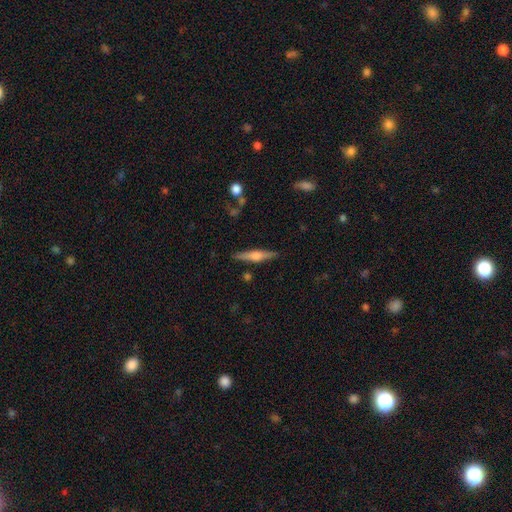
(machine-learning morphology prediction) This appears to be a featured or disk galaxy (63%) viewed edge-on (97%) with a rounded central bulge (87%). Merging: none (88%).